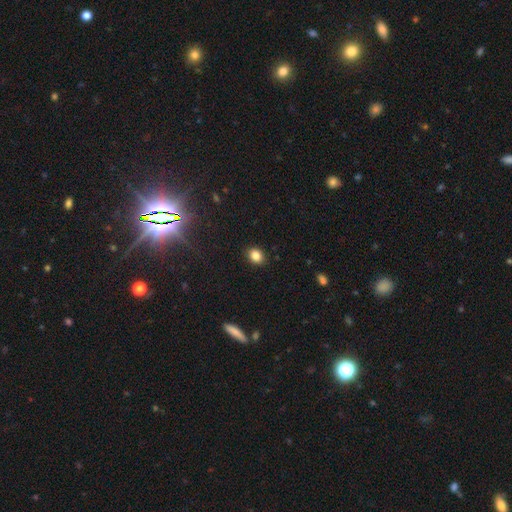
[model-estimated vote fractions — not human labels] Overall: smooth (84%). How rounded: round (51%; in between 48%). Merging: none (90%).